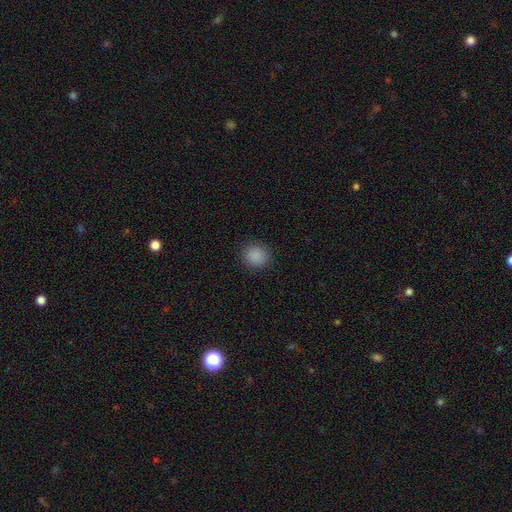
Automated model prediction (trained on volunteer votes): Smooth or featured?
  - smooth: 88% *
  - star or artifact: 9%
  - featured or disk: 3%
How rounded?
  - round: 86% *
  - in between: 13%
  - cigar-shaped: 1%
Merging?
  - none: 90% *
  - minor disturbance: 7%
  - major disturbance: 2%
  - merger: 1%